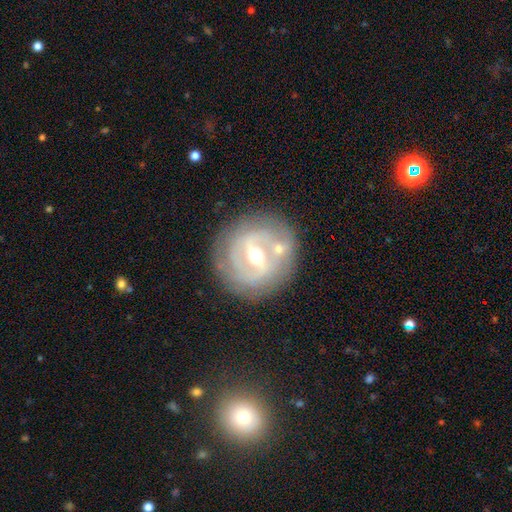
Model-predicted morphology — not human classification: This is clearly a featured or disk galaxy (82%). It is clearly not viewed edge-on (96%). Bar: marginally weak (44%). Spiral arm pattern: clearly yes (84%). Spiral arm count: possibly 2 (57%). Spiral winding: possibly tight (54%). Central bulge: possibly moderate (55%). Merging: likely none (77%).